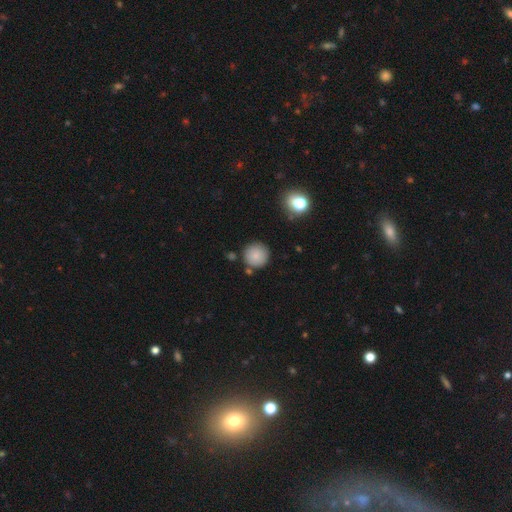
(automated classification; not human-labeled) Smooth or featured? smooth (83%)
How rounded? round (95%)
Merging? none (83%)